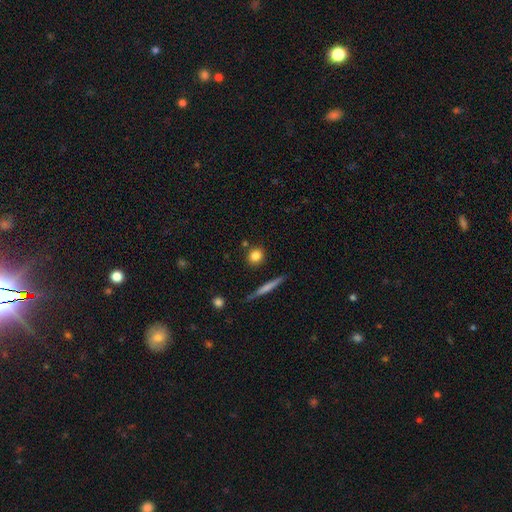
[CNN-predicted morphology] smooth 81%, featured or disk 10%, star or artifact 9%. Down the decision tree: how rounded — round (75%); merging — none (82%).